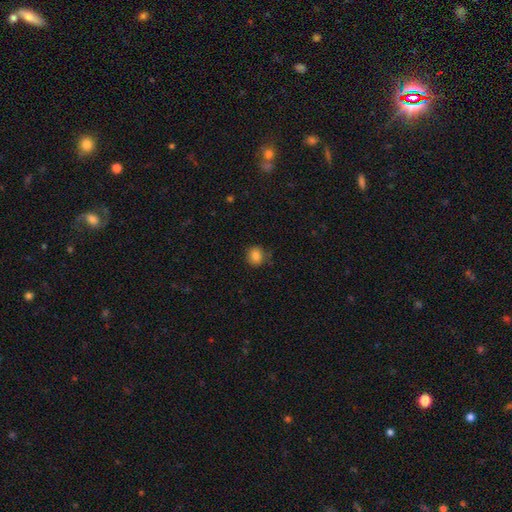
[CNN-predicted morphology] Smooth or featured? smooth (84%)
How rounded? round (85%)
Merging? none (81%)